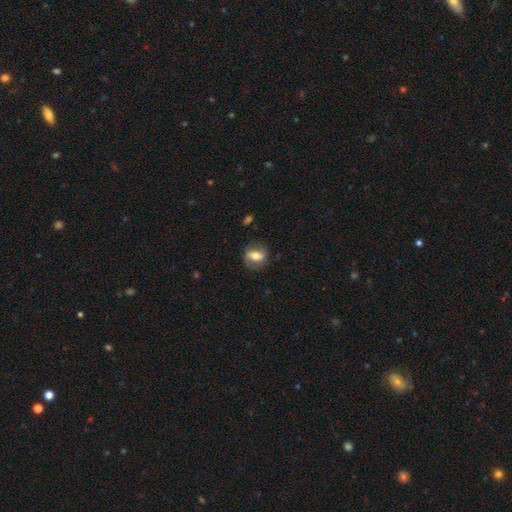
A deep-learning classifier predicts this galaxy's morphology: Smooth or featured: smooth — 48% (featured or disk — 45%)
Merging: none — 73% (minor disturbance — 18%)